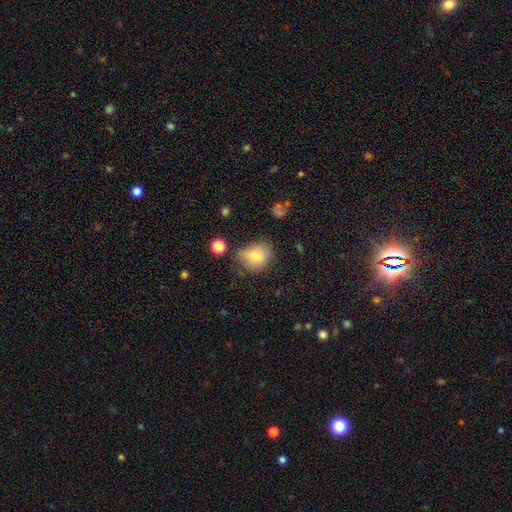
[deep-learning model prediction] The model was most divided on "how rounded": in between: 52%, round: 46%, cigar-shaped: 1%. Remaining: smooth or featured — smooth (73%); merging — none (49%).